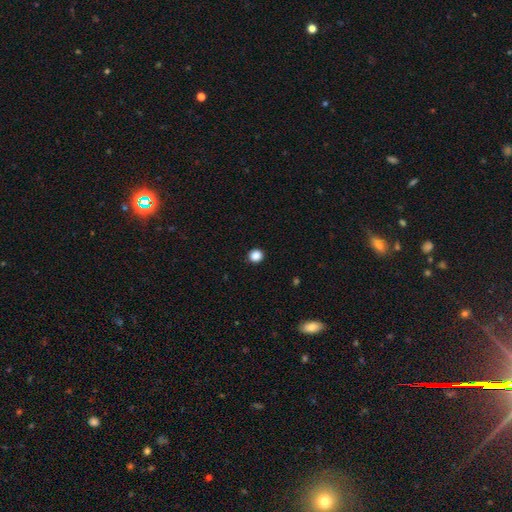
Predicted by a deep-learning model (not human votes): A smooth galaxy with no disk features (87%) that is round (89%). Merging: none (93%).